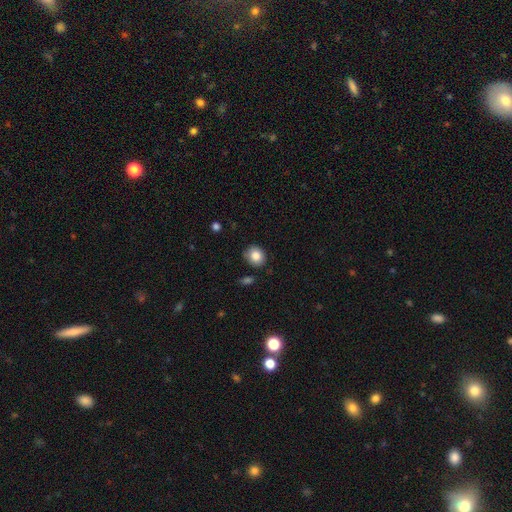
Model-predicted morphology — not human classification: The model was most divided on "how rounded": round: 66%, in between: 33%, cigar-shaped: 1%. More confident: smooth or featured — smooth (85%); merging — none (80%).